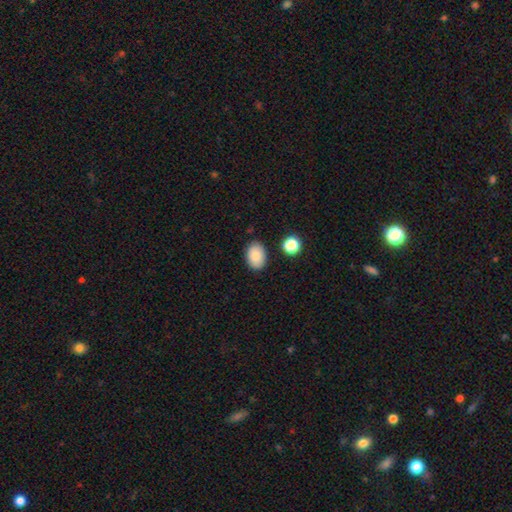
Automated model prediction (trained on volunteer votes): Morphology: type=smooth (86%); roundness=in between (84%); merging=none (85%).